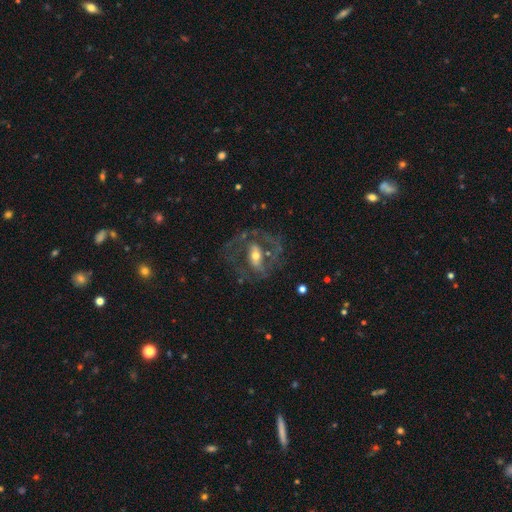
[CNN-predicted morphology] type=featured or disk (73%); edge-on=no (93%); bar=weak (34%, tied with strong); spiral arms=yes (67%); bulge=moderate (61%); merging=none (53%).